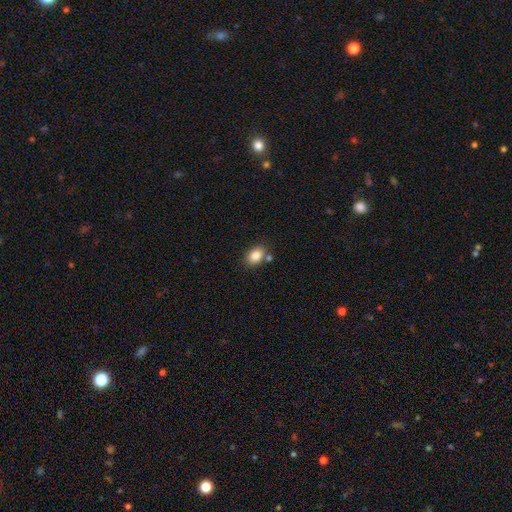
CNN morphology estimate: smooth-or-featured: smooth: 85% | star or artifact: 9% | featured or disk: 7%
  how-rounded: in between: 78% | round: 21% | cigar-shaped: 1%
  merging: none: 74% | minor disturbance: 12% | merger: 11% | major disturbance: 3%